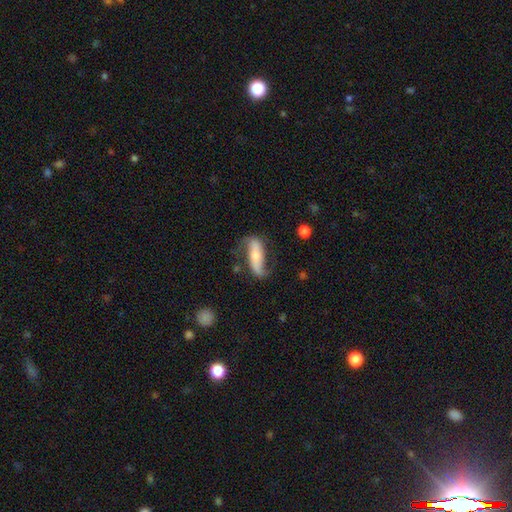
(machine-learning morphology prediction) Q: Smooth or featured?
A: featured or disk (61%); runner-up: smooth (33%)
Q: Edge-on disk?
A: no (80%); runner-up: yes (20%)
Q: Merging?
A: none (57%); runner-up: minor disturbance (26%)